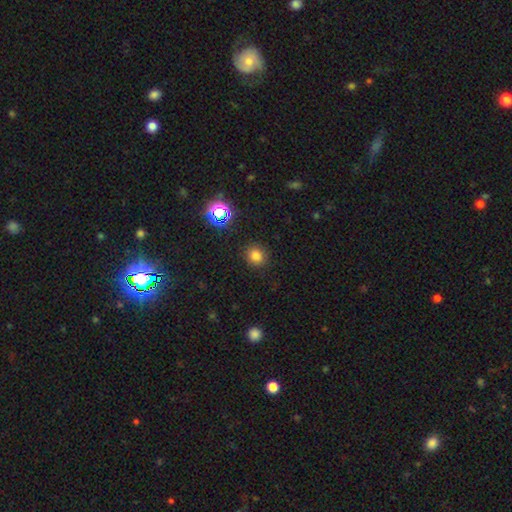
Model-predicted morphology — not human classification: Smooth or featured: smooth — 75% (star or artifact — 19%)
How rounded: round — 84% (in between — 15%)
Merging: none — 88% (minor disturbance — 8%)